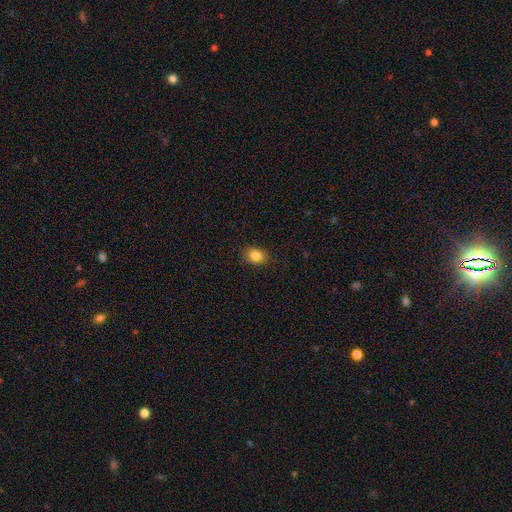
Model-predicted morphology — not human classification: smooth 85%, star or artifact 10%, featured or disk 5%. Down the decision tree: how rounded — in between (52%); merging — none (88%).